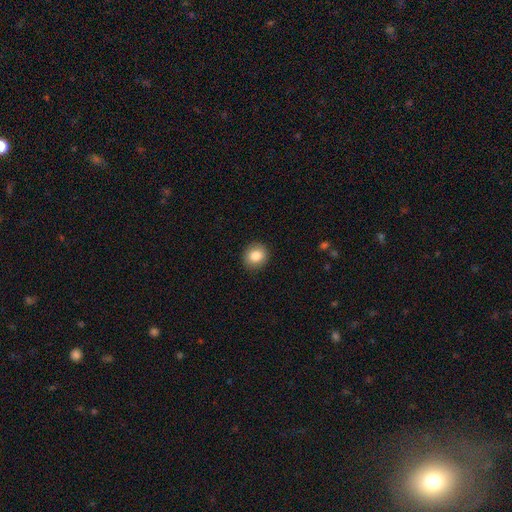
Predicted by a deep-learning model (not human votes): A smooth galaxy with no disk features (85%) that is round (81%). Merging: none (90%).